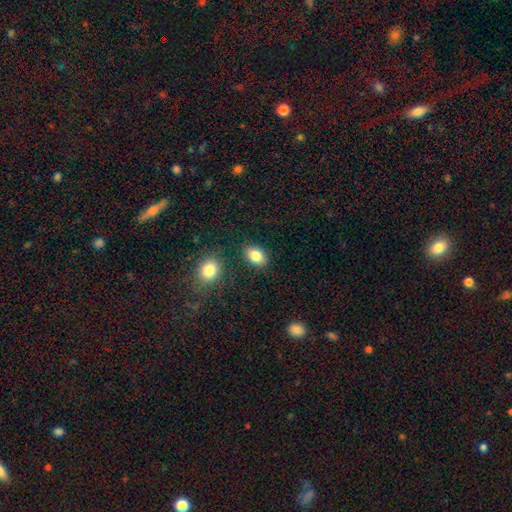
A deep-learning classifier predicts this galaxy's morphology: A smooth galaxy with no disk features (85%) that is in between round and cigar-shaped (75%).

Vote fractions:
- Smooth or featured? smooth: 85% / star or artifact: 9% / featured or disk: 7%
- How rounded? in between: 75% / round: 24% / cigar-shaped: 1%
- Merging? none: 83% / minor disturbance: 10% / merger: 4% / major disturbance: 3%